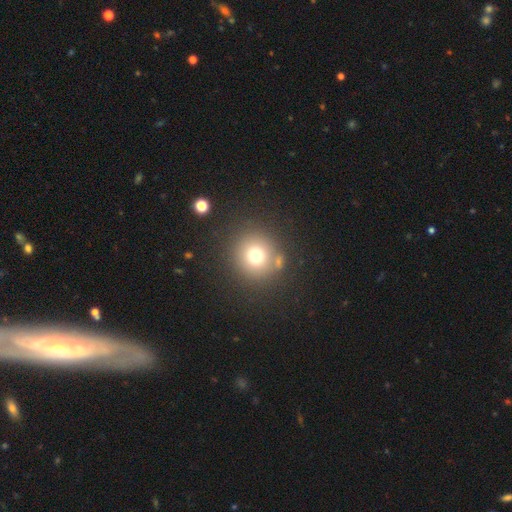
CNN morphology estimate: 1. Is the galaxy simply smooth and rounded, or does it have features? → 73% smooth, 17% star or artifact, 11% featured or disk.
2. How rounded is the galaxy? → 92% round, 7% in between, 1% cigar-shaped.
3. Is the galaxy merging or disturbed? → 81% none, 8% minor disturbance, 7% merger, 4% major disturbance.